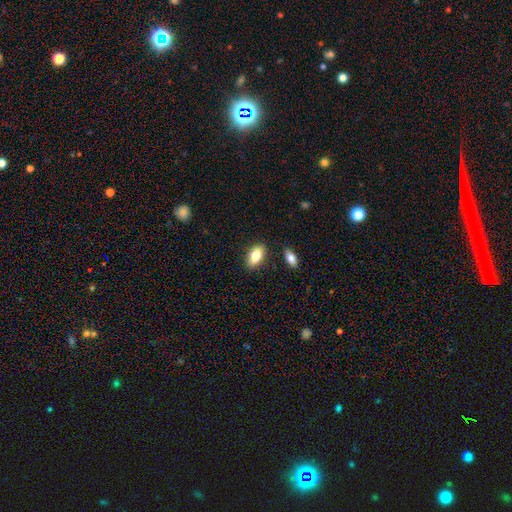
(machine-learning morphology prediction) Smooth or featured: smooth — 80% (featured or disk — 13%)
How rounded: in between — 91% (round — 5%)
Merging: none — 85% (minor disturbance — 9%)